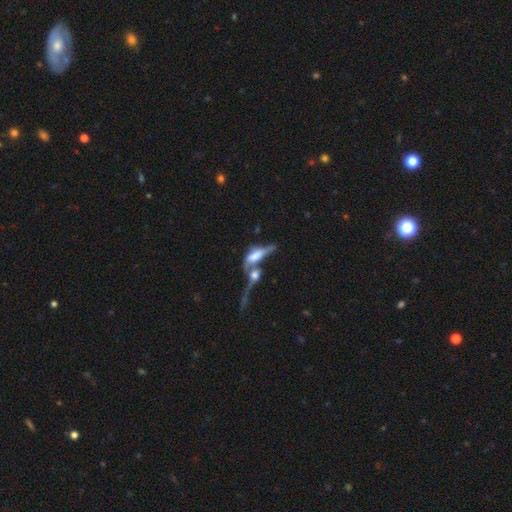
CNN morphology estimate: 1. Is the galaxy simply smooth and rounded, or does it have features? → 46% featured or disk, 44% smooth, 10% star or artifact.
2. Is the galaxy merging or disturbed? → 67% merger, 16% major disturbance, 11% none, 6% minor disturbance.